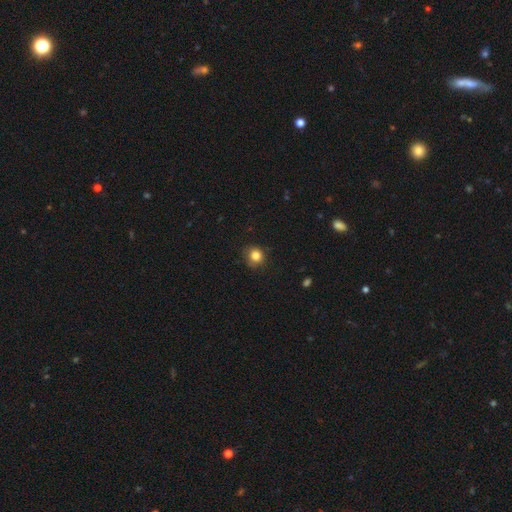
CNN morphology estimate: type=smooth (83%); roundness=round (84%); merging=none (77%).